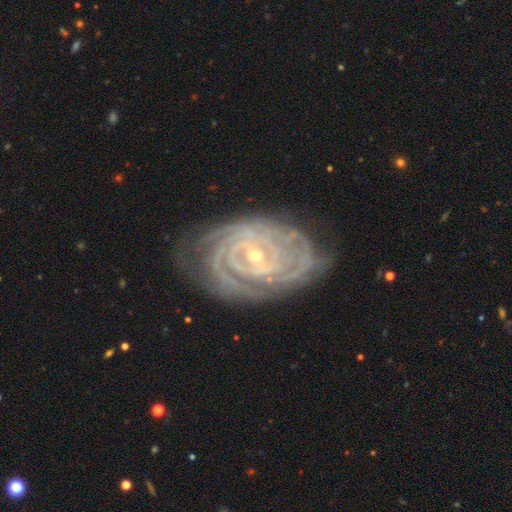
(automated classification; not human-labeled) Overall: featured or disk (91%). Edge-on disk: no (96%). Bar: weak (37%, tied with no). Spiral arms: yes (98%). Spiral arm count: can't tell (23%; 4 22%). Spiral winding: tight (85%). Bulge size: small (69%). Merging: none (72%).